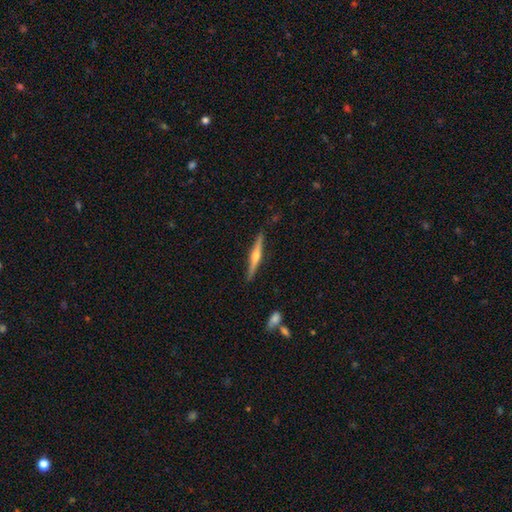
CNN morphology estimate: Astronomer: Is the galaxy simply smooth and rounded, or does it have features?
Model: featured or disk — 73%.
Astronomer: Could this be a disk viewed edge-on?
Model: yes — 98%.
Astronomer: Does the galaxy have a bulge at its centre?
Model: rounded — 92%.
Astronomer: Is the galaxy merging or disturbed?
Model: none — 89%.